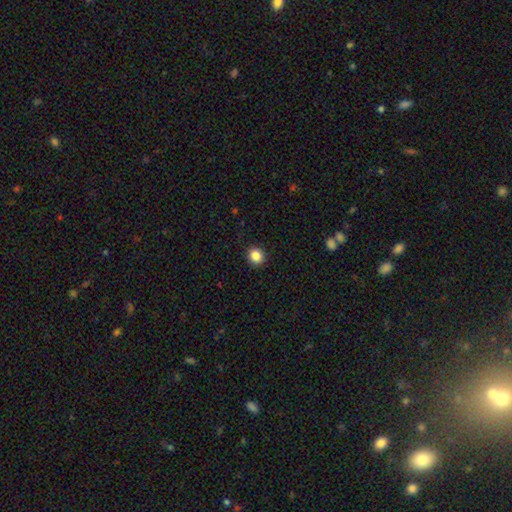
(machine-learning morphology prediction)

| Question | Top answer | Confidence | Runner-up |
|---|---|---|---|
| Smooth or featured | smooth | 86% | star or artifact (10%) |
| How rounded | round | 86% | in between (14%) |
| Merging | none | 92% | minor disturbance (6%) |